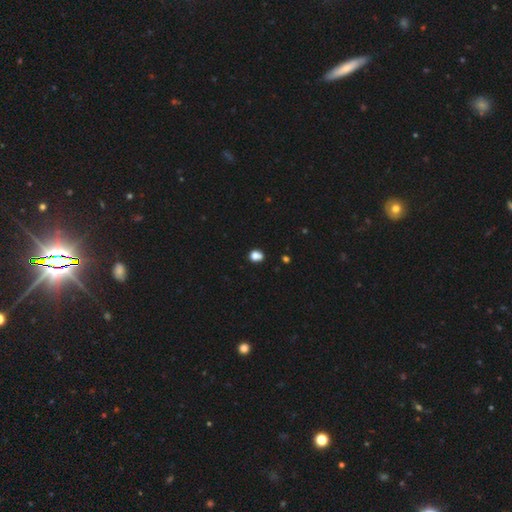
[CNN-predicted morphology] smooth_or_featured: smooth (p=0.79) [alt: star or artifact p=0.15]
how_rounded: round (p=0.59) [alt: in between p=0.40]
merging: none (p=0.68) [alt: minor disturbance p=0.18]